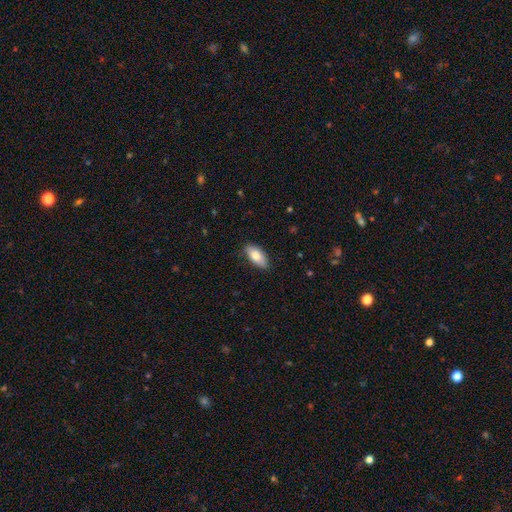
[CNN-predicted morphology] smooth-or-featured: smooth: 78% | featured or disk: 16% | star or artifact: 6%
  how-rounded: in between: 89% | cigar-shaped: 9% | round: 3%
  merging: none: 84% | minor disturbance: 13% | major disturbance: 2% | merger: 1%